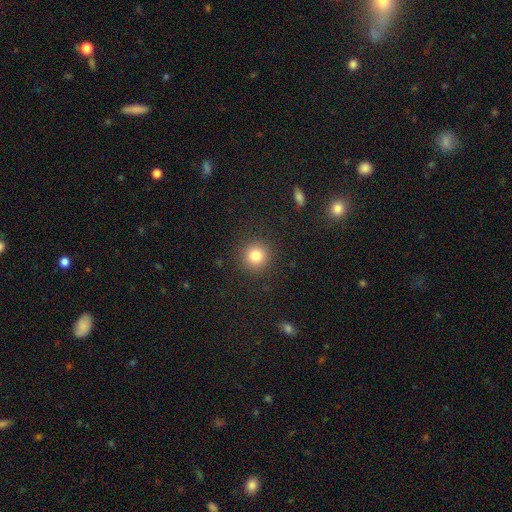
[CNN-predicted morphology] Q: Smooth or featured?
A: smooth (82%); runner-up: star or artifact (12%)
Q: How rounded?
A: round (94%); runner-up: in between (5%)
Q: Merging?
A: none (90%); runner-up: minor disturbance (6%)